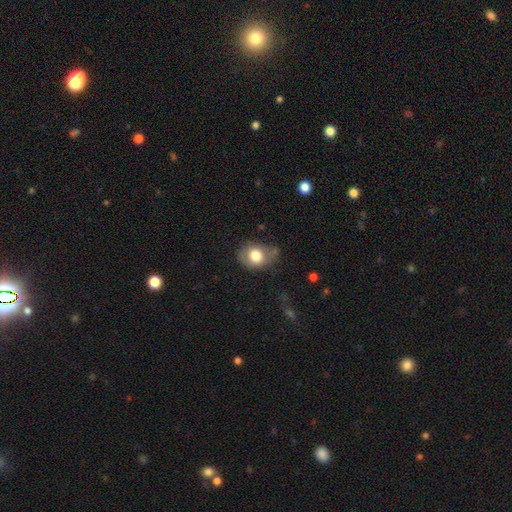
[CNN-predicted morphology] Smooth or featured? smooth (74%)
How rounded? round (50%)
Merging? none (51%)